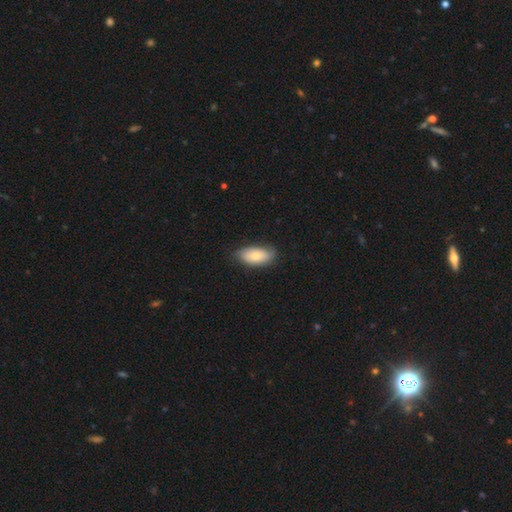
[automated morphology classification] Smooth or featured? Predicted: smooth (p=0.79). How rounded? Predicted: in between (p=0.93). Merging? Predicted: none (p=0.74).